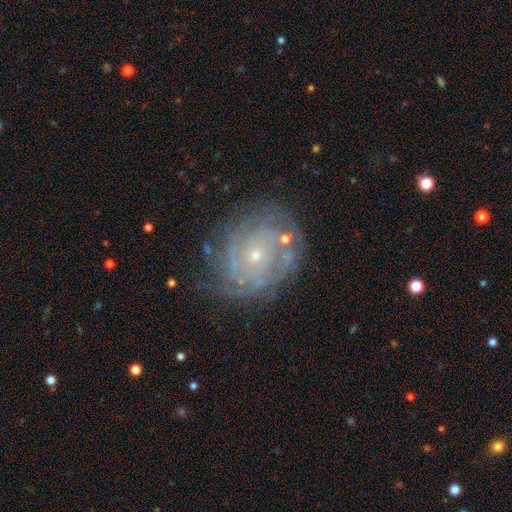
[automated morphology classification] The model was most divided on "spiral arm count": can't tell: 42%, 4: 16%, 3: 14%, 2: 12%, more than 4: 10%, 1: 6%. More confident: edge-on disk — no (97%); spiral arms — yes (92%); bar — no (83%); smooth or featured — featured or disk (82%); bulge size — small (80%); spiral winding — tight (79%); merging — none (72%).